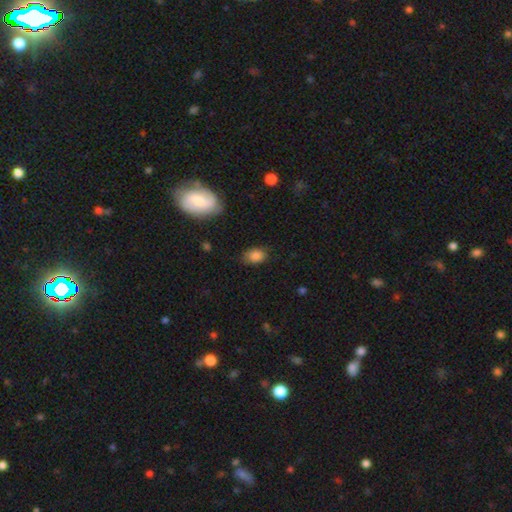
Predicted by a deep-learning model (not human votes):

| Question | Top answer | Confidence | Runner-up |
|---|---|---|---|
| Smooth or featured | smooth | 84% | star or artifact (10%) |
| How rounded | in between | 81% | round (17%) |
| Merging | none | 74% | minor disturbance (21%) |